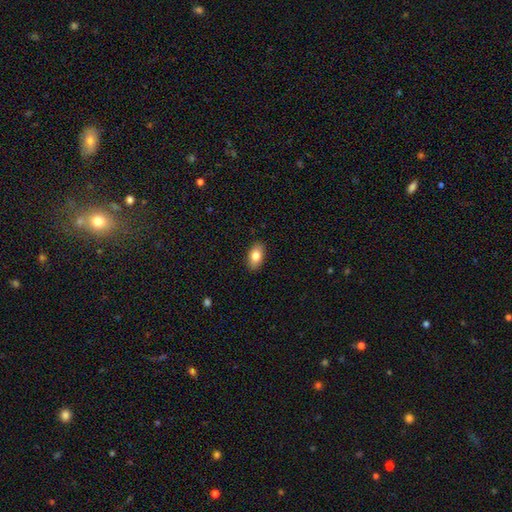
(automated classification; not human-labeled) Smooth or featured? smooth (80%)
How rounded? in between (91%)
Merging? none (89%)